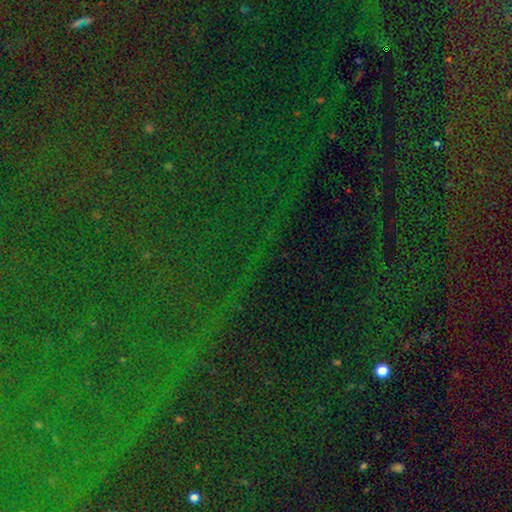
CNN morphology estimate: smooth_or_featured: star or artifact (p=0.83) [alt: smooth p=0.09]